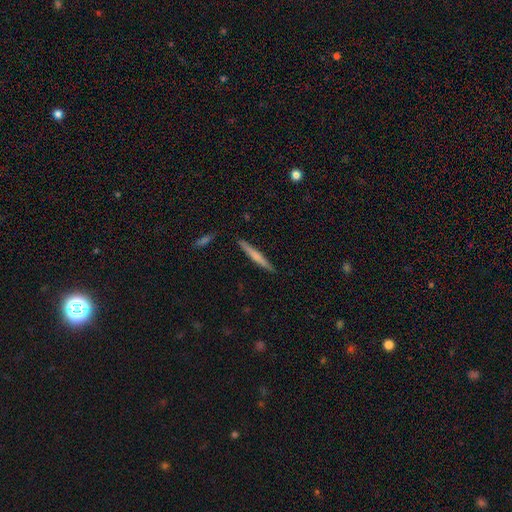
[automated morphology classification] The model was most divided on "smooth or featured": smooth: 59%, featured or disk: 36%, star or artifact: 6%. More confident: how rounded — cigar-shaped (96%); merging — none (90%).